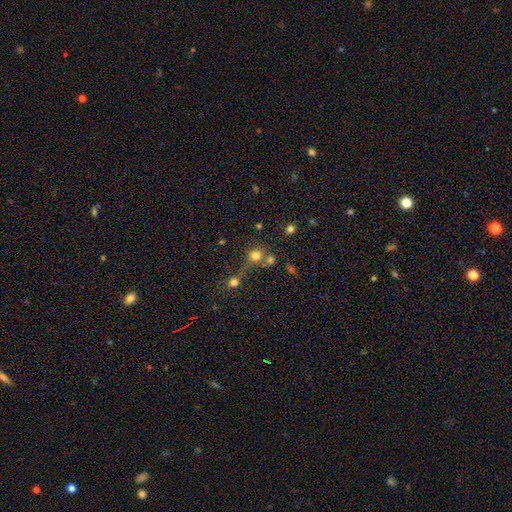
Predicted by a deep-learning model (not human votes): smooth 72%, star or artifact 17%, featured or disk 10%. Down the decision tree: how rounded — round (86%); merging — none (44%).